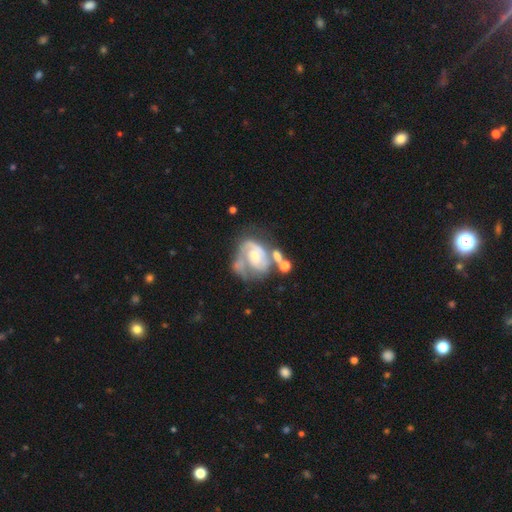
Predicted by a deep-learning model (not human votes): A featured or disk galaxy (81%) with no bar (60%), 2 (44%) tight (49%) spiral arms (88%) and a small central bulge (50%).

Vote fractions:
- Smooth or featured? featured or disk: 81% / smooth: 13% / star or artifact: 6%
- Edge-on disk? no: 98% / yes: 2%
- Bar? no: 60% / weak: 32% / strong: 8%
- Spiral arms? yes: 88% / no: 12%
- Spiral winding? tight: 49% / medium: 37% / loose: 14%
- Spiral arm count? 2: 44% / 1: 22% / can't tell: 21% / 3: 9% / 4: 2% / more than 4: 2%
- Bulge size? small: 50% / moderate: 41% / none: 4% / large: 4% / dominant: 1%
- Merging? none: 30% / major disturbance: 27% / merger: 24% / minor disturbance: 20%